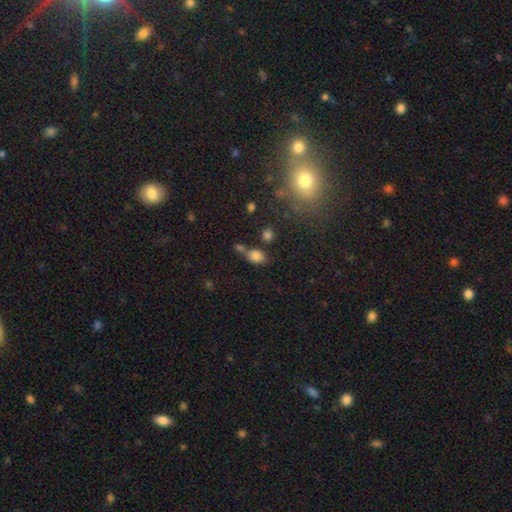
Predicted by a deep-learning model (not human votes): Smooth or featured: smooth — 79% (star or artifact — 14%)
How rounded: in between — 71% (round — 27%)
Merging: none — 48% (merger — 30%)